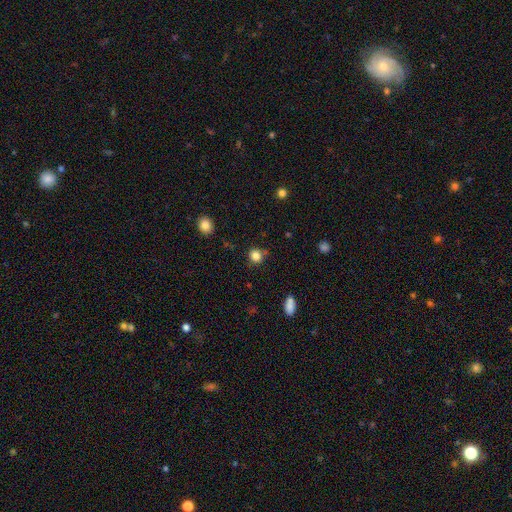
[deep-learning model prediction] This appears to be a smooth galaxy with no disk features (84%) that is round (85%). Merging: none (80%).